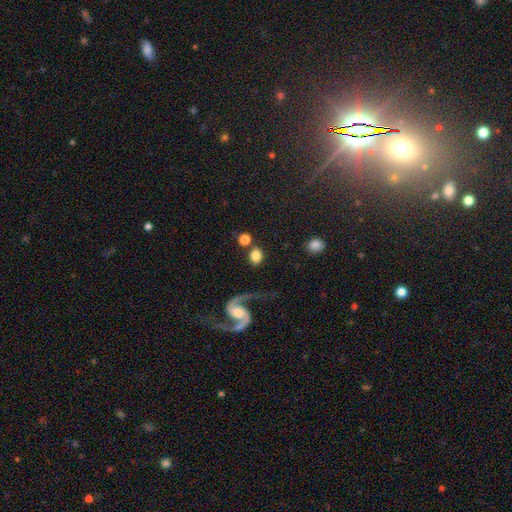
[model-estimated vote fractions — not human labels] Smooth or featured? Predicted: smooth (p=0.75). How rounded? Predicted: round (p=0.68). Merging? Predicted: none (p=0.74).